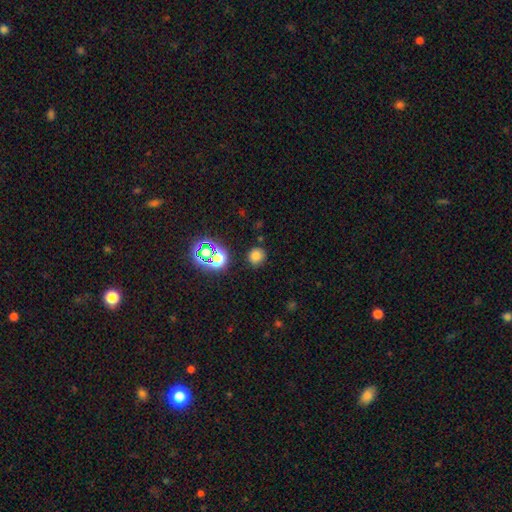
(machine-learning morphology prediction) Smooth or featured? Predicted: smooth (p=0.72). How rounded? Predicted: round (p=0.87). Merging? Predicted: none (p=0.84).